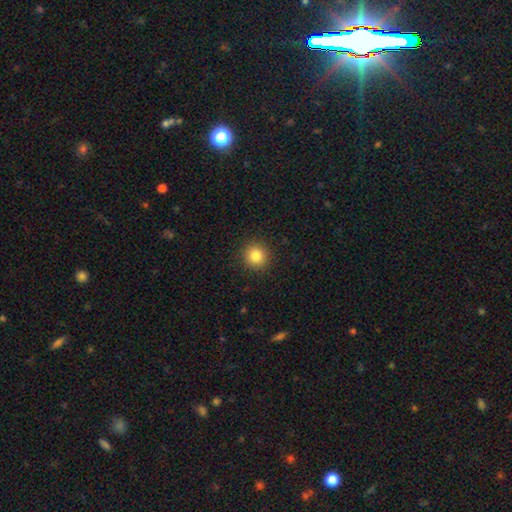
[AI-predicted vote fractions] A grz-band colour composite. It shows a smooth galaxy with no disk features (84%) that is round (93%). Merging: none (91%).